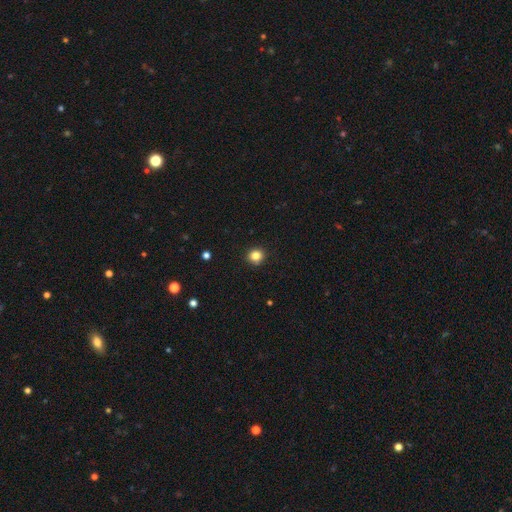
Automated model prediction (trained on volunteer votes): Morphology: type=smooth (84%); roundness=round (87%); merging=none (90%).